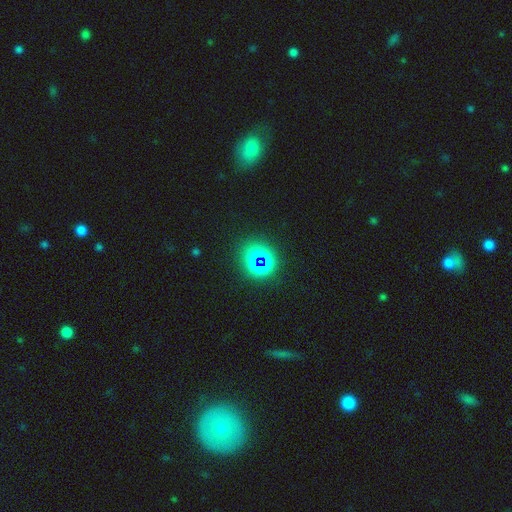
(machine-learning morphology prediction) The model was most divided on "smooth or featured": star or artifact: 63%, smooth: 28%, featured or disk: 9%.